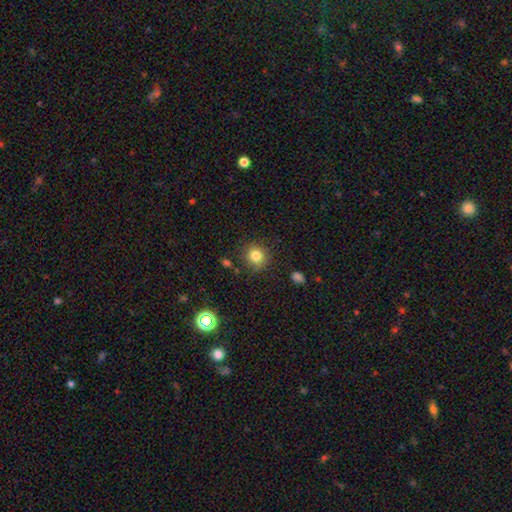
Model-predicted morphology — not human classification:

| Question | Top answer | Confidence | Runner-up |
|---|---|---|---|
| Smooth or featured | smooth | 81% | star or artifact (12%) |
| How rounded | round | 88% | in between (11%) |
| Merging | none | 84% | minor disturbance (10%) |